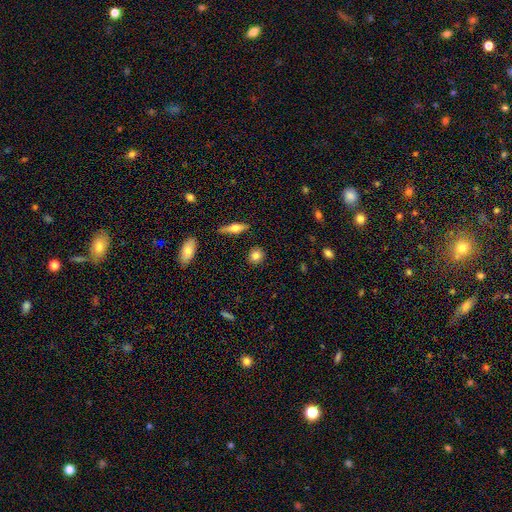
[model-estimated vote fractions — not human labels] smooth_or_featured: smooth (p=0.80) [alt: featured or disk p=0.11]
how_rounded: round (p=0.80) [alt: in between p=0.17]
merging: none (p=0.89) [alt: minor disturbance p=0.07]